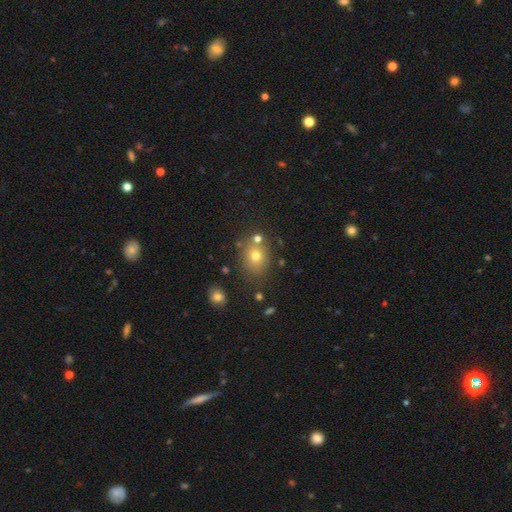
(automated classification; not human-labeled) Q: Smooth or featured?
A: smooth (72%); runner-up: star or artifact (16%)
Q: How rounded?
A: round (56%); runner-up: in between (43%)
Q: Merging?
A: none (71%); runner-up: minor disturbance (13%)